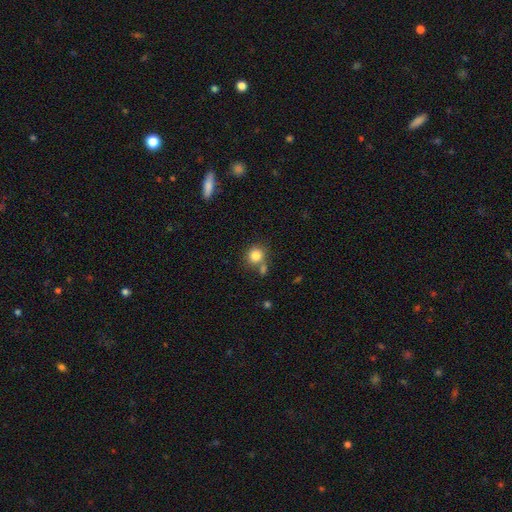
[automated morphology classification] Q: Smooth or featured?
A: smooth (83%); runner-up: star or artifact (10%)
Q: How rounded?
A: round (83%); runner-up: in between (16%)
Q: Merging?
A: none (63%); runner-up: merger (21%)